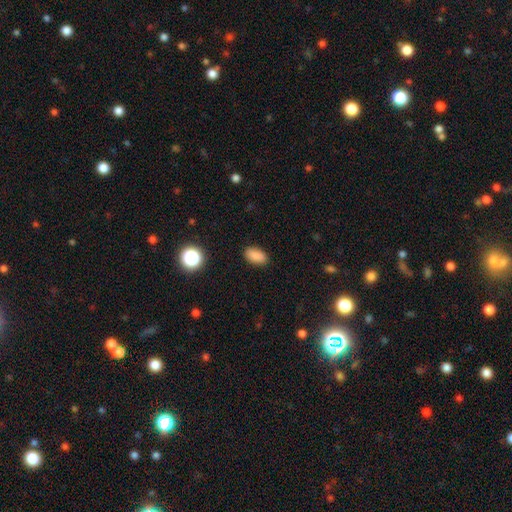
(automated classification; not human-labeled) This is clearly a smooth galaxy (87%). How rounded: clearly in between (91%). Merging: clearly none (88%).